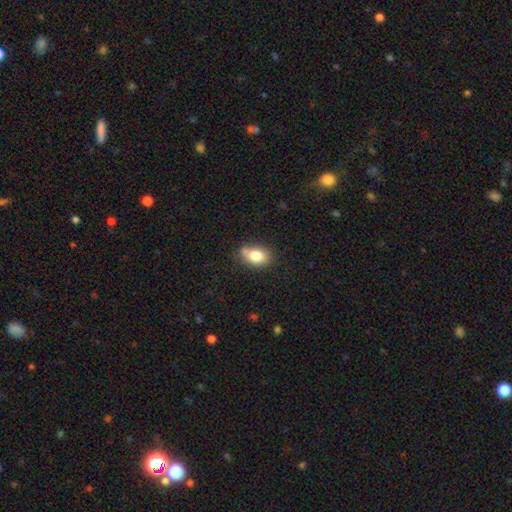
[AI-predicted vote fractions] smooth_or_featured: smooth (p=0.80) [alt: featured or disk p=0.11]
how_rounded: in between (p=0.79) [alt: round p=0.19]
merging: none (p=0.58) [alt: minor disturbance p=0.25]